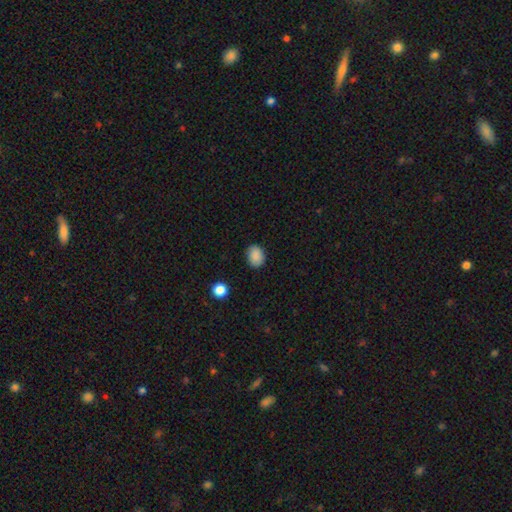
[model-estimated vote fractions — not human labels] Smooth or featured: smooth — 88% (star or artifact — 9%)
How rounded: in between — 63% (round — 36%)
Merging: none — 86% (minor disturbance — 11%)